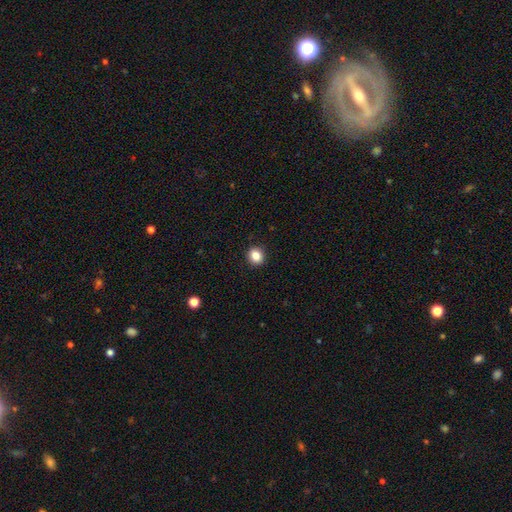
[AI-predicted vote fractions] Overall: smooth (85%). How rounded: round (79%). Merging: none (92%).